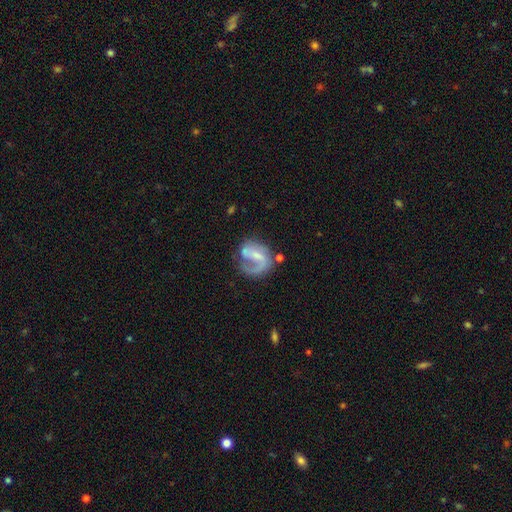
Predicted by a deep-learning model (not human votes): Smooth or featured? featured or disk (75%)
Edge-on disk? no (98%)
Bar? weak (49%)
Spiral arms? yes (86%)
Spiral winding? medium (41%)
Spiral arm count? 1 (53%)
Bulge size? small (48%)
Merging? none (47%)